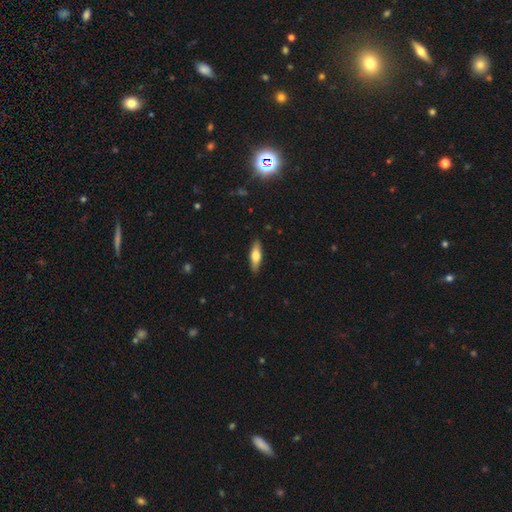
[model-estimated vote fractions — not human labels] smooth 62%, featured or disk 33%, star or artifact 6%. Down the decision tree: how rounded — cigar-shaped (52%); merging — none (89%).